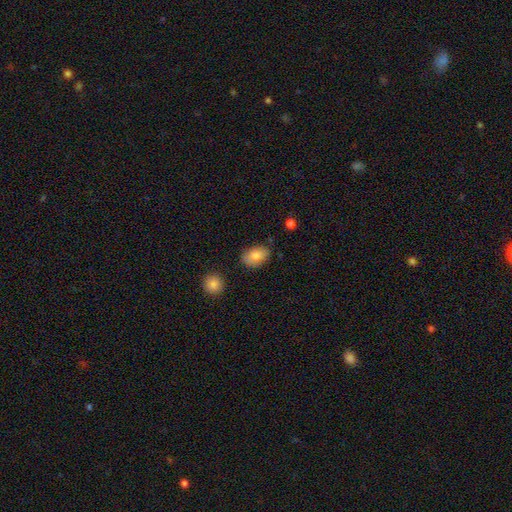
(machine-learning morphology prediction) A smooth galaxy with no disk features (84%) that is in between round and cigar-shaped (87%). Merging: none (79%).